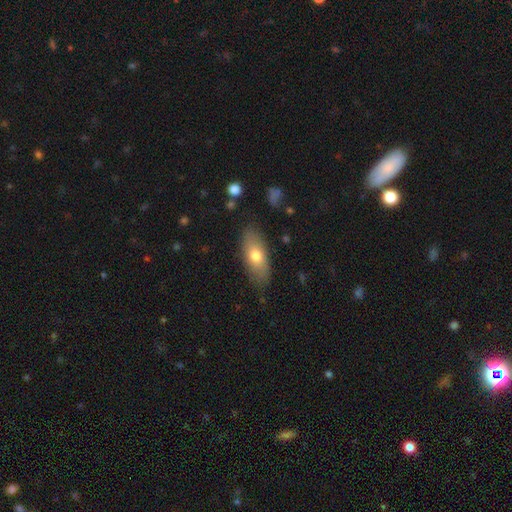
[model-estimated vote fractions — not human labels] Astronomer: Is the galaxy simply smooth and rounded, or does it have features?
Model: smooth — 71%.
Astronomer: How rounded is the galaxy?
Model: in between — 79%.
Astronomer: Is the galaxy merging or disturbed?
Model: none — 82%.